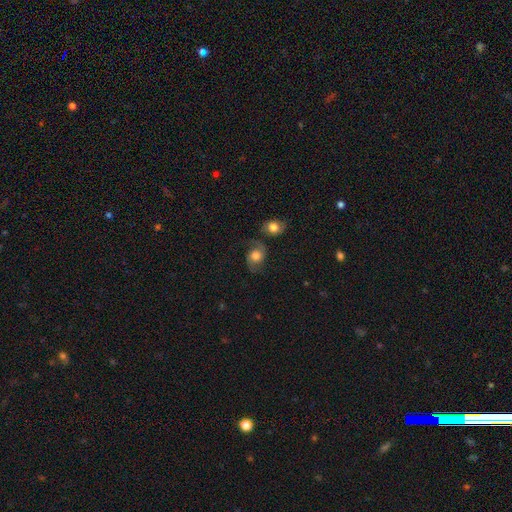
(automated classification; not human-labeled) Smooth or featured: smooth — 46% (featured or disk — 44%)
Merging: none — 61% (minor disturbance — 19%)